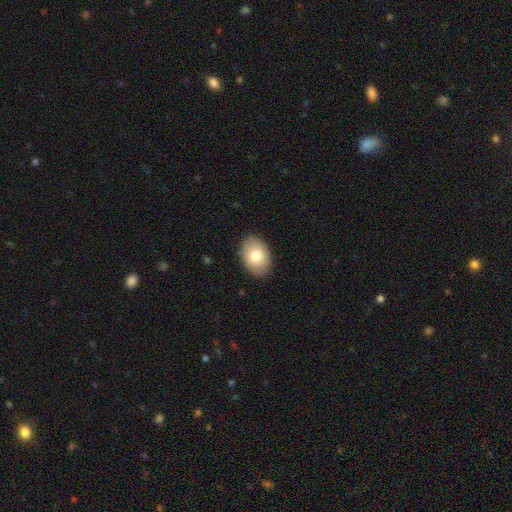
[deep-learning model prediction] Smooth or featured? Predicted: smooth (p=0.81). How rounded? Predicted: in between (p=0.84). Merging? Predicted: none (p=0.87).